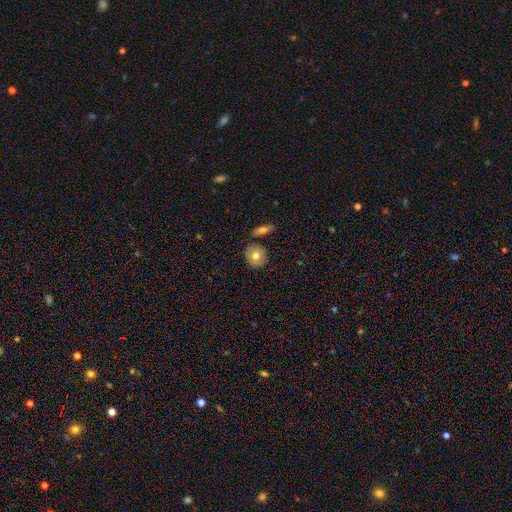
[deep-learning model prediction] Overall: smooth (72%). How rounded: round (80%). Merging: none (79%).